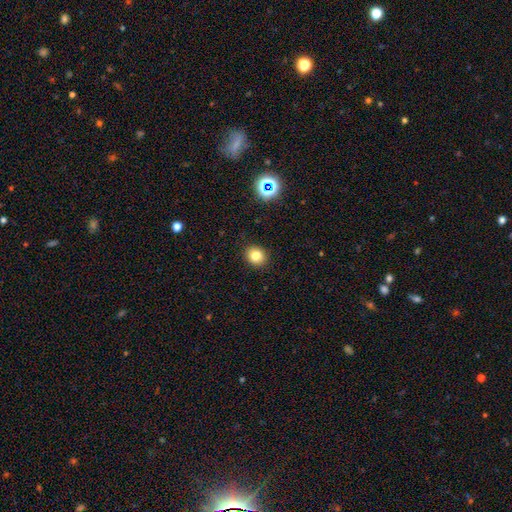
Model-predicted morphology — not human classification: Smooth or featured? smooth (80%)
How rounded? round (75%)
Merging? none (90%)